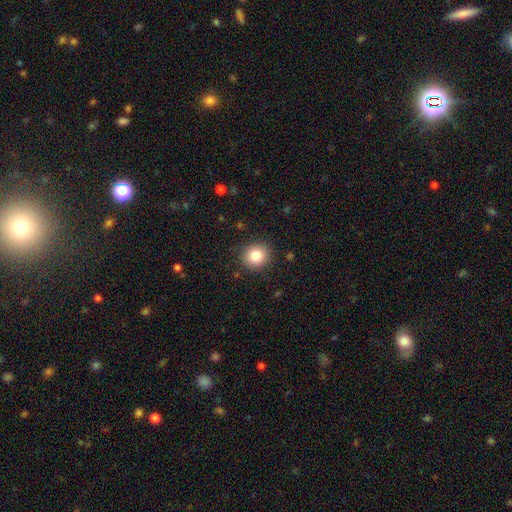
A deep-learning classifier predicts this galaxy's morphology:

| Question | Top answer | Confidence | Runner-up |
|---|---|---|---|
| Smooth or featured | smooth | 84% | star or artifact (10%) |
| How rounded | round | 84% | in between (15%) |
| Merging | none | 89% | minor disturbance (7%) |